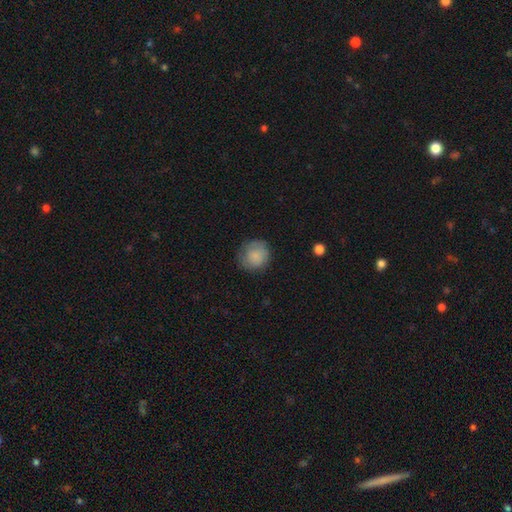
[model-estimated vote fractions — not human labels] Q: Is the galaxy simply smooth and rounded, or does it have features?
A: smooth — 82%.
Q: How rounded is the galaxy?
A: round — 89%.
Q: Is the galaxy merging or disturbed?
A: none — 74%.